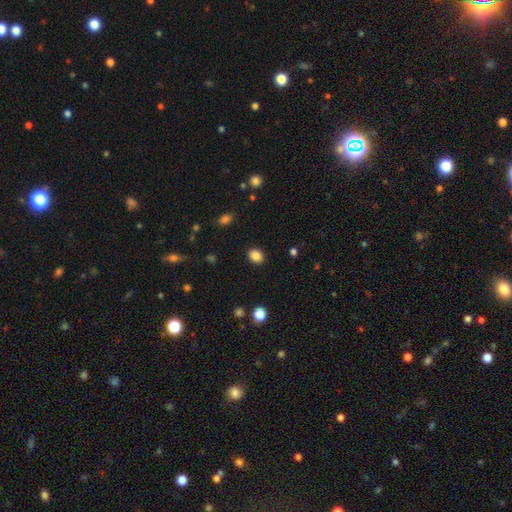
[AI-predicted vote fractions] smooth-or-featured: smooth: 86% | star or artifact: 10% | featured or disk: 4%
  how-rounded: in between: 57% | round: 42% | cigar-shaped: 1%
  merging: none: 89% | minor disturbance: 7% | major disturbance: 2% | merger: 1%